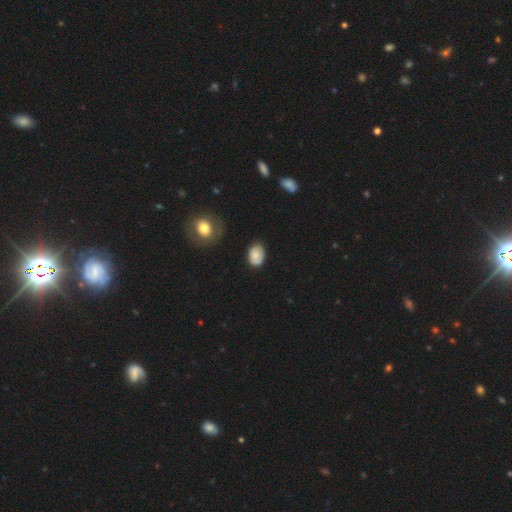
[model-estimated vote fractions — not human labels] Overall: smooth (78%). How rounded: in between (74%). Merging: none (70%).